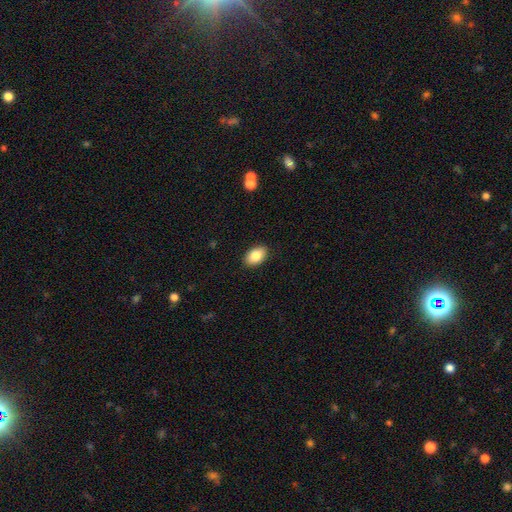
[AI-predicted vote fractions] The model was most divided on "smooth or featured": smooth: 84%, featured or disk: 8%, star or artifact: 7%. More confident: merging — none (89%); how rounded — in between (88%).